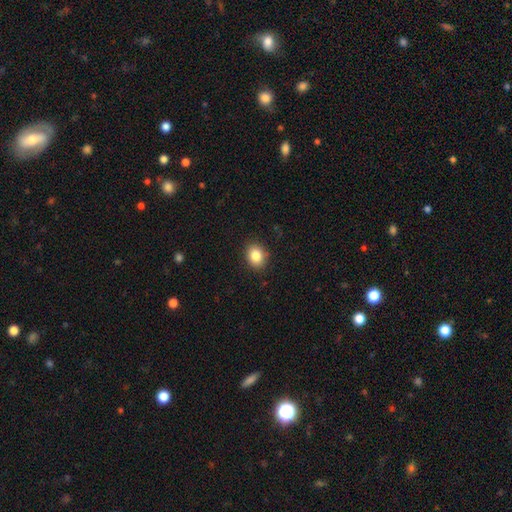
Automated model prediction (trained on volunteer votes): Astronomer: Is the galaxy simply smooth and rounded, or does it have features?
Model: smooth — 85%.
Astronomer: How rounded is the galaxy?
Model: round — 51% (runner-up: in between, 48%).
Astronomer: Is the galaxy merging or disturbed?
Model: none — 88%.